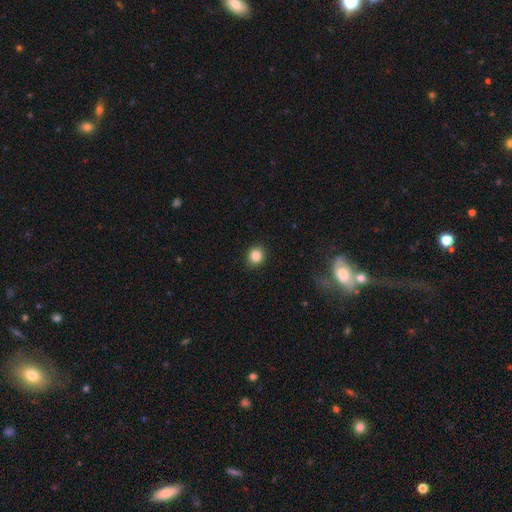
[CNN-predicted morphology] A smooth galaxy with no disk features (84%) that is round (82%).

Vote fractions:
- Smooth or featured? smooth: 84% / star or artifact: 11% / featured or disk: 5%
- How rounded? round: 82% / in between: 17% / cigar-shaped: 1%
- Merging? none: 90% / minor disturbance: 7% / major disturbance: 2% / merger: 1%